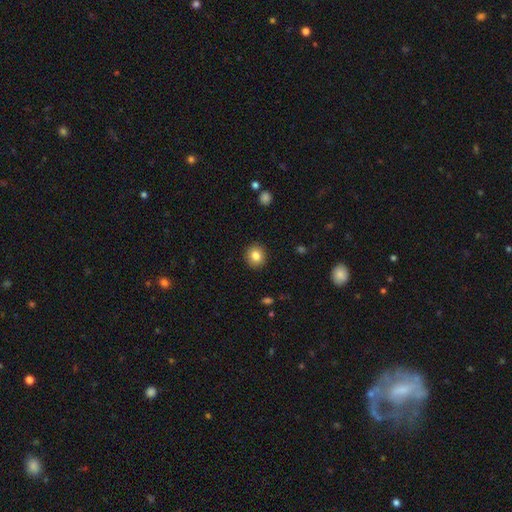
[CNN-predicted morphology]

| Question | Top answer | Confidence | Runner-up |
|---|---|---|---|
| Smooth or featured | smooth | 83% | star or artifact (10%) |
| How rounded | round | 87% | in between (12%) |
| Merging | none | 91% | minor disturbance (6%) |